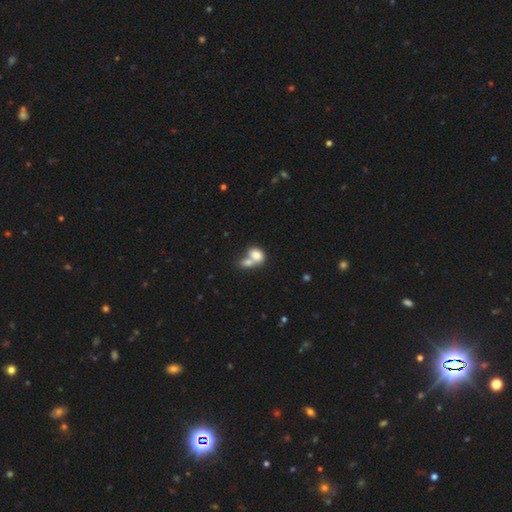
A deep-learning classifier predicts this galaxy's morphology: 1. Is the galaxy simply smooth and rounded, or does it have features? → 79% smooth, 13% featured or disk, 9% star or artifact.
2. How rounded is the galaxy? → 70% in between, 28% round, 1% cigar-shaped.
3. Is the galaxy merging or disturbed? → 66% merger, 22% none, 7% minor disturbance, 4% major disturbance.